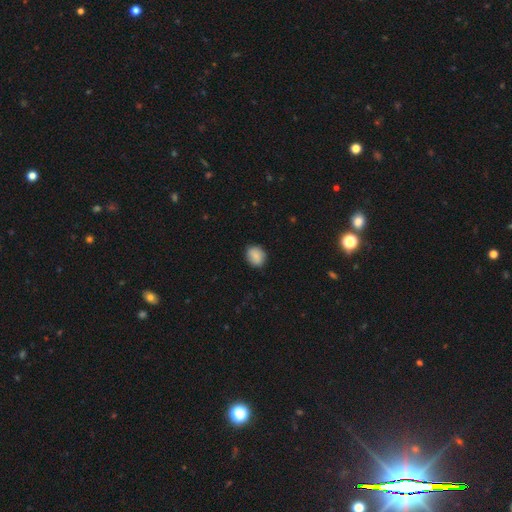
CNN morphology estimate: type=smooth (87%); roundness=round (64%); merging=none (86%).